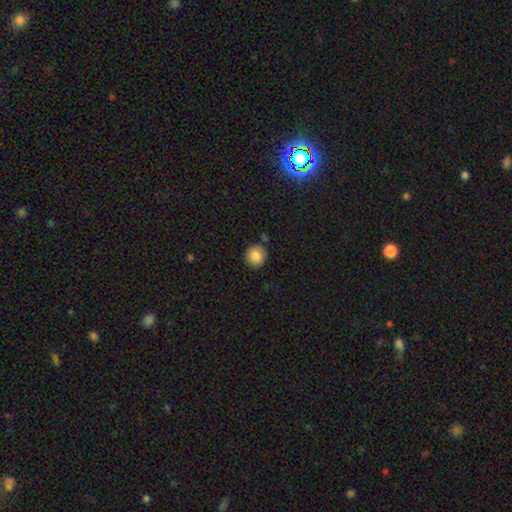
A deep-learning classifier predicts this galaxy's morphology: The model was most divided on "smooth or featured": smooth: 85%, star or artifact: 9%, featured or disk: 6%. More confident: how rounded — round (94%); merging — none (85%).